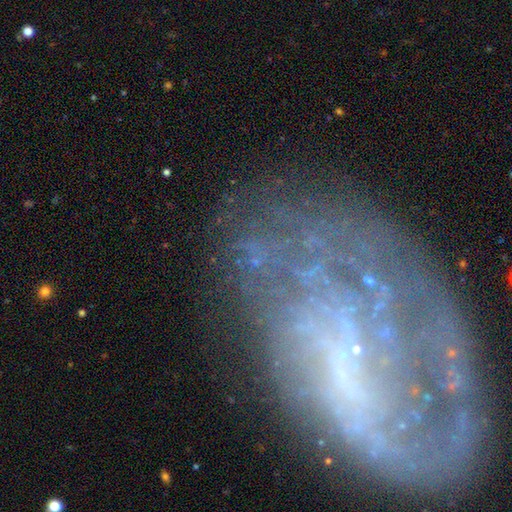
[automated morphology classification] A featured or disk galaxy (47%).

Vote fractions:
- Smooth or featured? featured or disk: 47% / star or artifact: 38% / smooth: 15%
- Merging? none: 69% / minor disturbance: 15% / major disturbance: 12% / merger: 5%